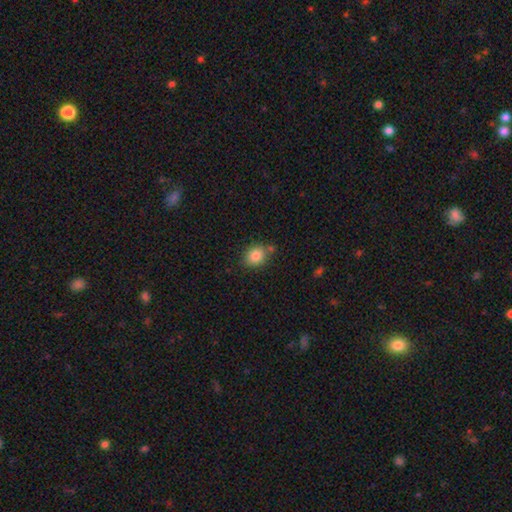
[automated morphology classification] This appears to be a smooth galaxy with no disk features (84%) that is round (51%). Merging: none (74%).